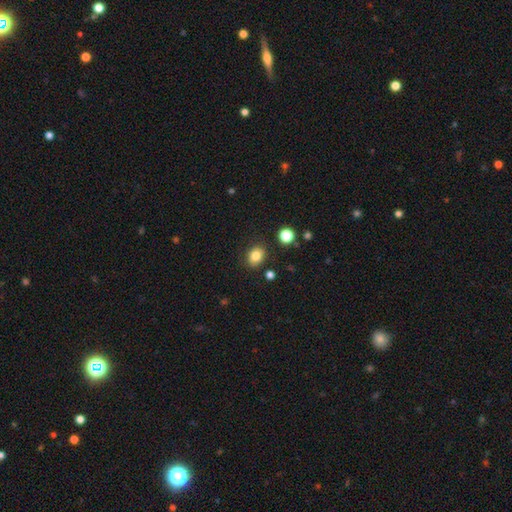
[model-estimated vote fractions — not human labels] This appears to be a smooth galaxy with no disk features (83%) that is in between round and cigar-shaped (54%). Merging: none (85%).